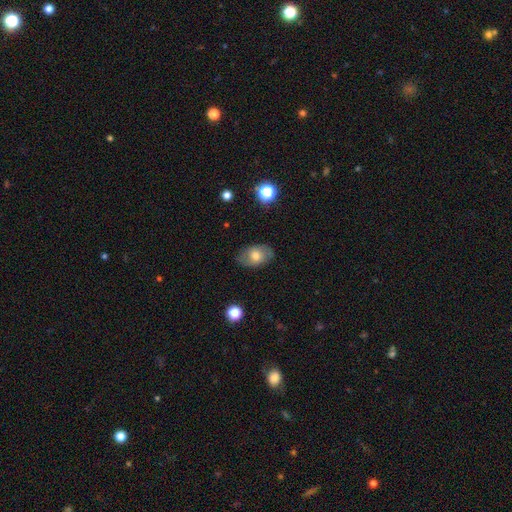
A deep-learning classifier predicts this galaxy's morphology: The model was most divided on "smooth or featured": smooth: 62%, featured or disk: 29%, star or artifact: 9%. More confident: how rounded — in between (82%); merging — none (78%).